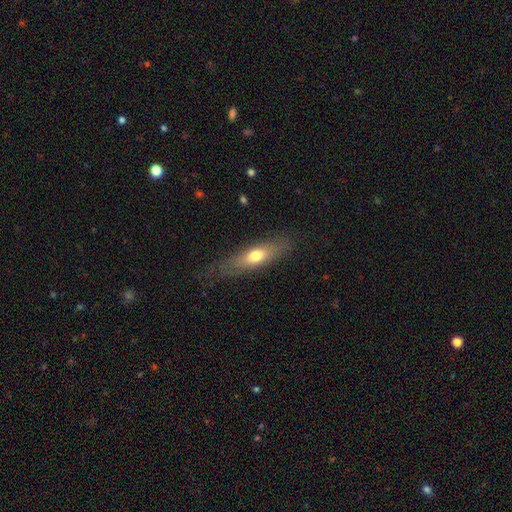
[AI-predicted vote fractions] Q: Smooth or featured?
A: smooth (61%); runner-up: featured or disk (32%)
Q: How rounded?
A: cigar-shaped (52%); runner-up: in between (45%)
Q: Merging?
A: none (74%); runner-up: minor disturbance (17%)